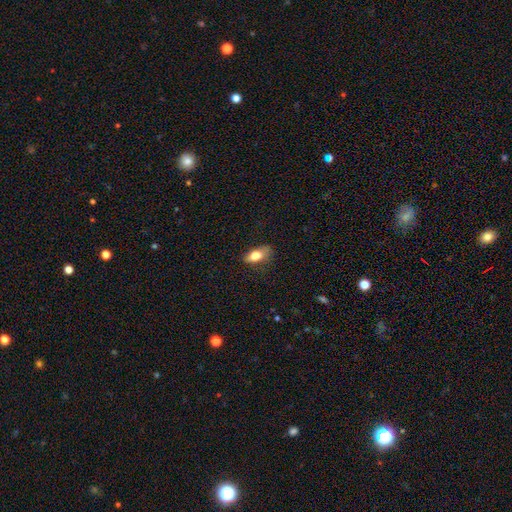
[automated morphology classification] smooth_or_featured: smooth (p=0.77) [alt: featured or disk p=0.14]
how_rounded: in between (p=0.85) [alt: round p=0.08]
merging: none (p=0.55) [alt: minor disturbance p=0.30]